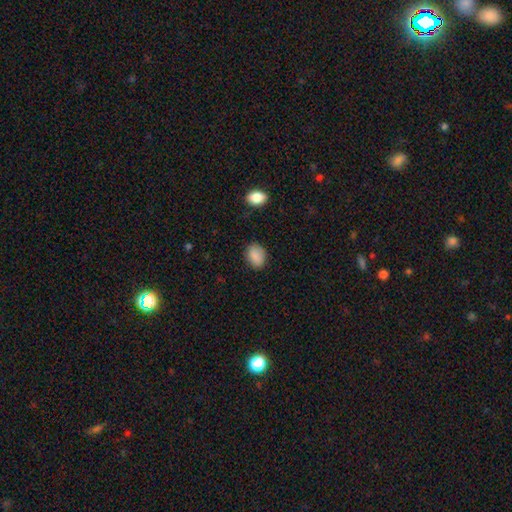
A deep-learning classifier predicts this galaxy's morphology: This is clearly a smooth galaxy (88%). How rounded: likely in between (69%). Merging: clearly none (82%).